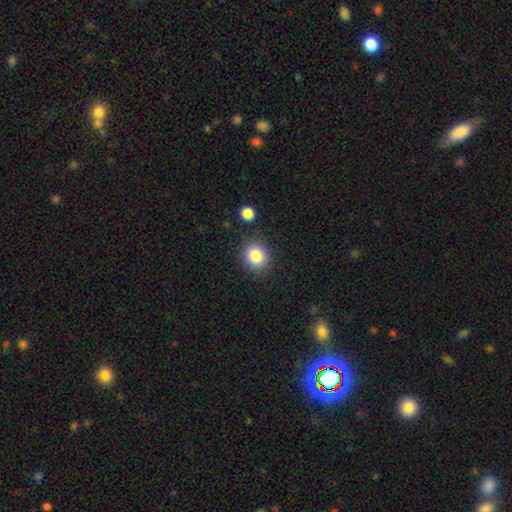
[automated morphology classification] Smooth or featured? Predicted: smooth (p=0.84). How rounded? Predicted: round (p=0.80). Merging? Predicted: none (p=0.84).